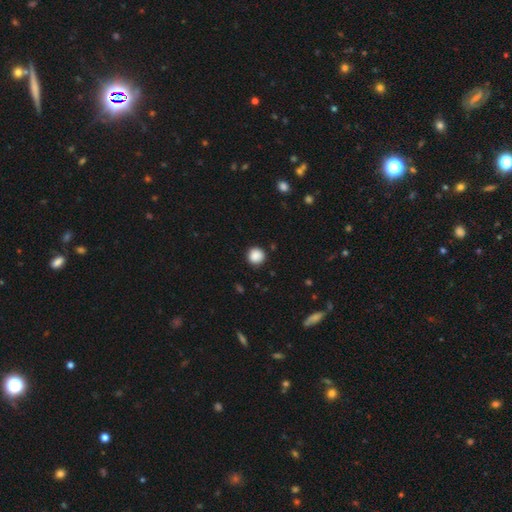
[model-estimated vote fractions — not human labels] Smooth or featured?
  - smooth: 88% *
  - star or artifact: 10%
  - featured or disk: 2%
How rounded?
  - round: 94% *
  - in between: 5%
  - cigar-shaped: 1%
Merging?
  - none: 90% *
  - minor disturbance: 6%
  - major disturbance: 2%
  - merger: 1%